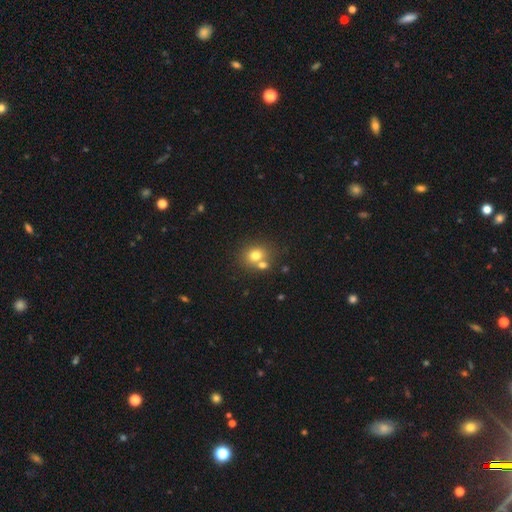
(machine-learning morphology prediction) smooth_or_featured: smooth (p=0.75) [alt: star or artifact p=0.13]
how_rounded: round (p=0.65) [alt: in between p=0.34]
merging: none (p=0.53) [alt: merger p=0.34]